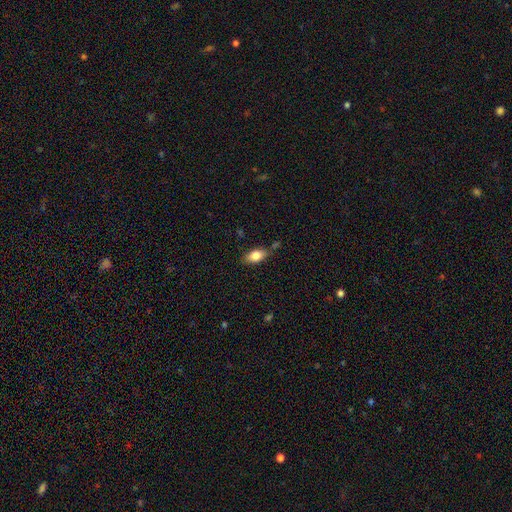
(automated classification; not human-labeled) smooth-or-featured: smooth: 80% | featured or disk: 13% | star or artifact: 7%
  how-rounded: in between: 87% | cigar-shaped: 7% | round: 5%
  merging: none: 75% | minor disturbance: 17% | merger: 4% | major disturbance: 4%